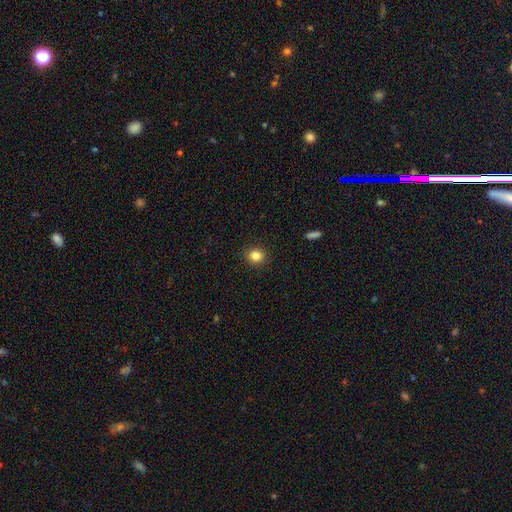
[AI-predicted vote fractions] A smooth galaxy with no disk features (84%) that is round (79%). Merging: none (91%).